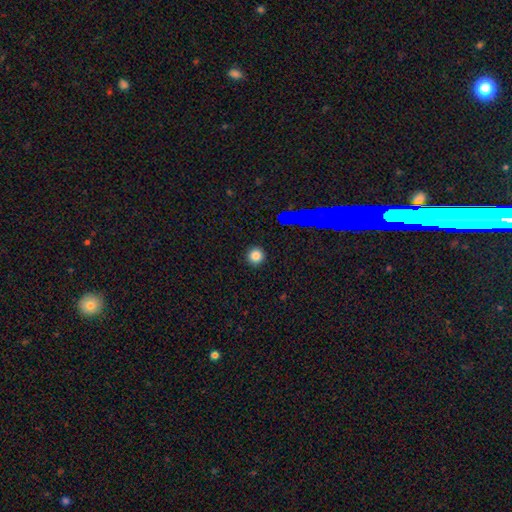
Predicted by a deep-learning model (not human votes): smooth_or_featured: smooth (p=0.81) [alt: star or artifact p=0.15]
how_rounded: round (p=0.93) [alt: in between p=0.06]
merging: none (p=0.91) [alt: minor disturbance p=0.06]